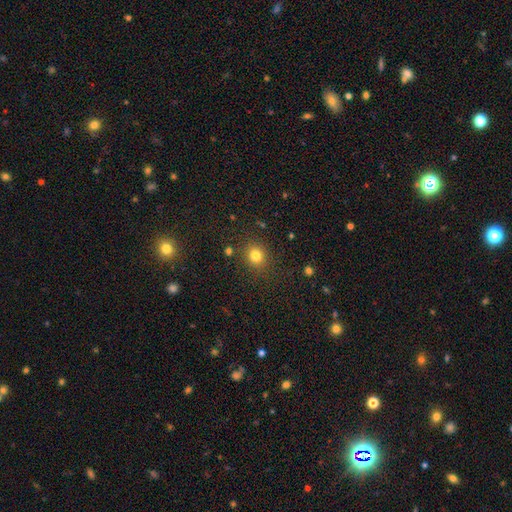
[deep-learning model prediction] This is likely a smooth galaxy (80%). How rounded: clearly round (84%). Merging: clearly none (86%).